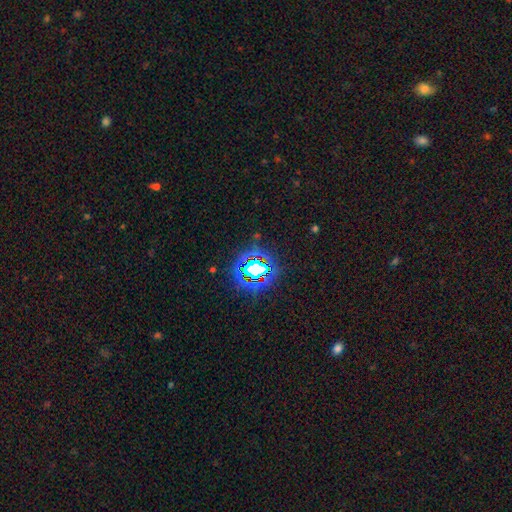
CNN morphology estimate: Smooth or featured? Predicted: star or artifact (p=0.79).